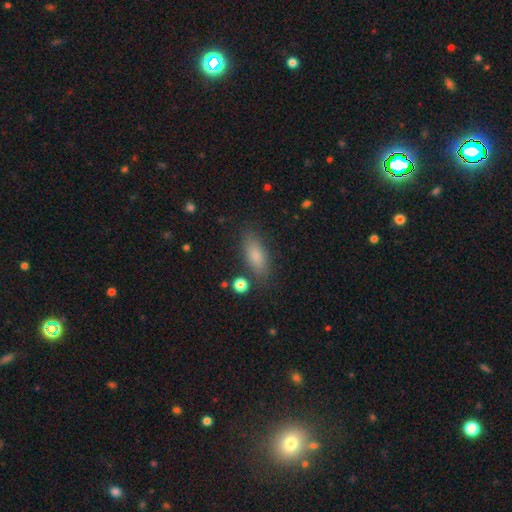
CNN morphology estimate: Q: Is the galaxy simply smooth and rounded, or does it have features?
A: smooth — 81%.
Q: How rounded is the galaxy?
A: in between — 73%.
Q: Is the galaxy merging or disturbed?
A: none — 81%.